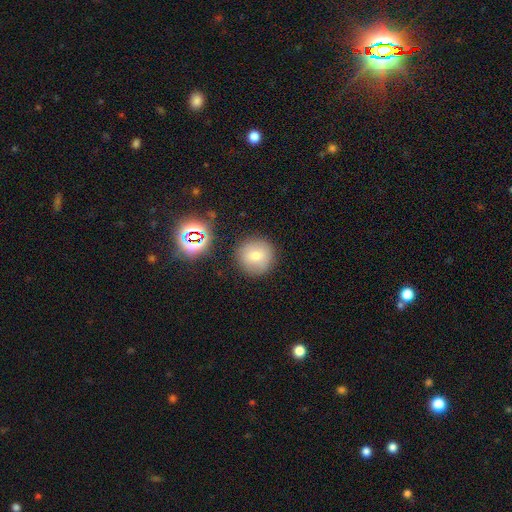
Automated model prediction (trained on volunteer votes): smooth-or-featured: smooth: 69% | featured or disk: 16% | star or artifact: 15%
  how-rounded: round: 95% | in between: 4% | cigar-shaped: 1%
  merging: none: 86% | minor disturbance: 8% | merger: 4% | major disturbance: 3%